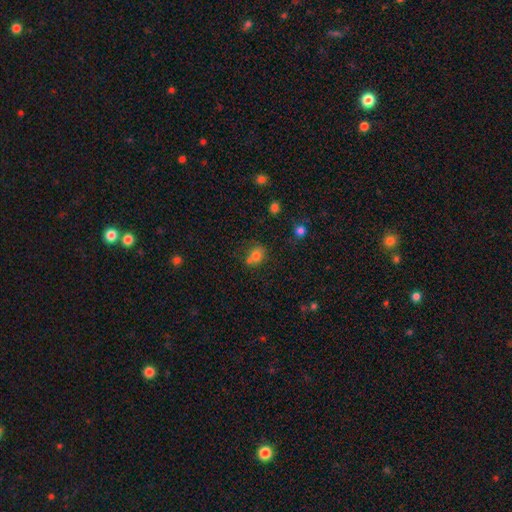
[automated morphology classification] Q: Smooth or featured?
A: smooth (76%); runner-up: star or artifact (14%)
Q: How rounded?
A: round (60%); runner-up: in between (39%)
Q: Merging?
A: none (50%); runner-up: merger (29%)